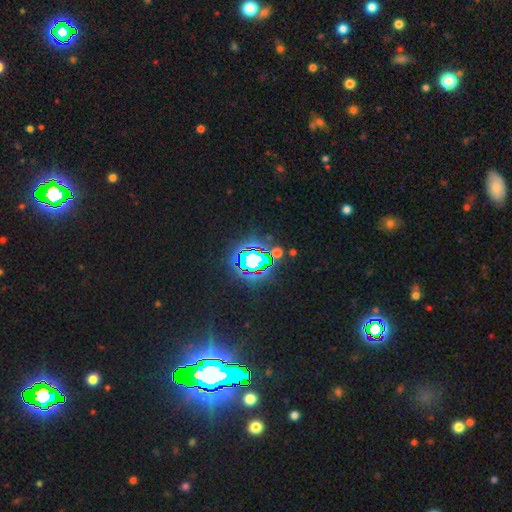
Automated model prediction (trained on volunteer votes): This is likely a star or artifact rather than a galaxy (77%).